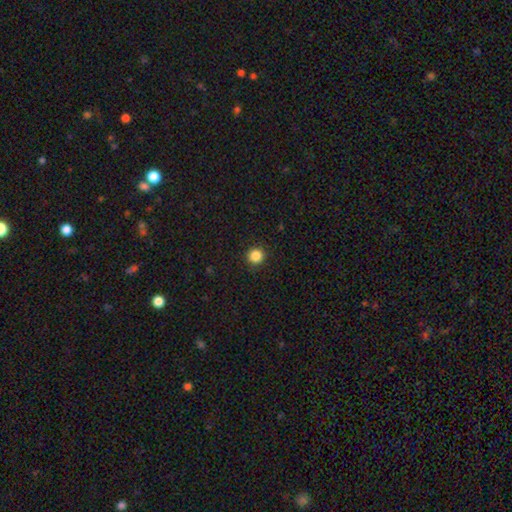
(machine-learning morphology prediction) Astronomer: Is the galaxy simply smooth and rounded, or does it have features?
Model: smooth — 86%.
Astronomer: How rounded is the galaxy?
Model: round — 95%.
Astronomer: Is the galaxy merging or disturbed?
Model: none — 92%.